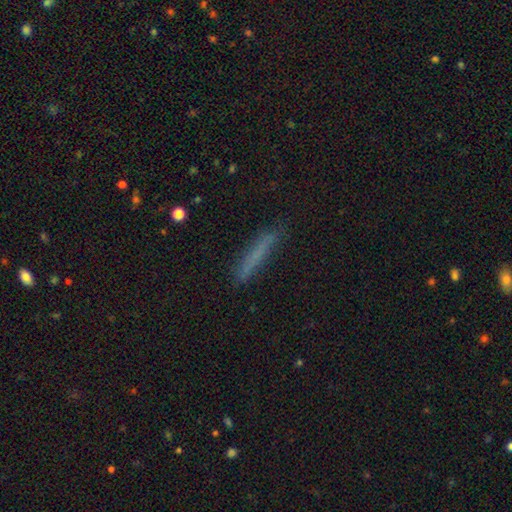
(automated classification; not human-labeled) Smooth or featured?
  - smooth: 67% *
  - featured or disk: 23%
  - star or artifact: 10%
How rounded?
  - cigar-shaped: 94% *
  - in between: 5%
  - round: 1%
Merging?
  - none: 84% *
  - minor disturbance: 12%
  - major disturbance: 3%
  - merger: 1%